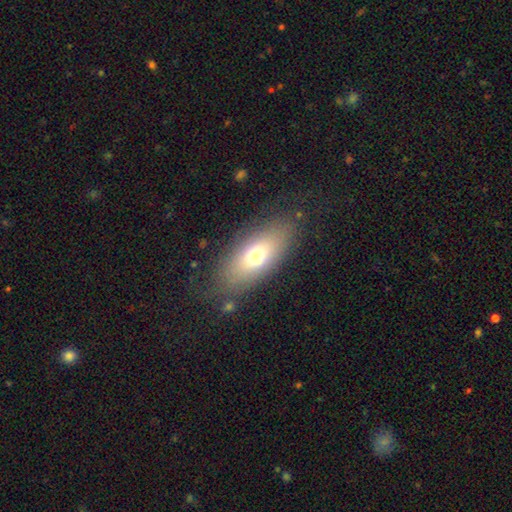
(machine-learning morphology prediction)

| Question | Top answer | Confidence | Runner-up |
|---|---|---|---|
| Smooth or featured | smooth | 69% | featured or disk (22%) |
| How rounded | in between | 82% | cigar-shaped (14%) |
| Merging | none | 78% | minor disturbance (14%) |